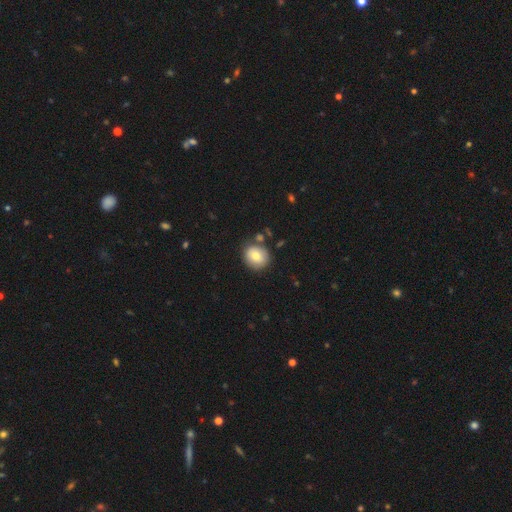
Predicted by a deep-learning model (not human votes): smooth-or-featured: smooth: 75% | featured or disk: 16% | star or artifact: 9%
  how-rounded: round: 79% | in between: 20% | cigar-shaped: 1%
  merging: none: 78% | minor disturbance: 12% | merger: 7% | major disturbance: 3%